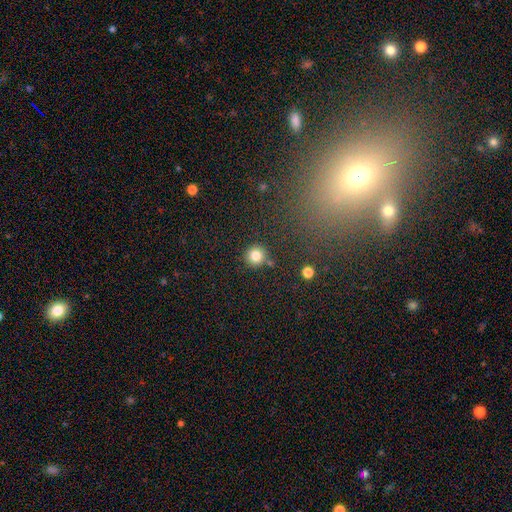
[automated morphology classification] Q: Smooth or featured?
A: smooth (82%); runner-up: star or artifact (12%)
Q: How rounded?
A: round (95%); runner-up: in between (4%)
Q: Merging?
A: none (85%); runner-up: minor disturbance (7%)